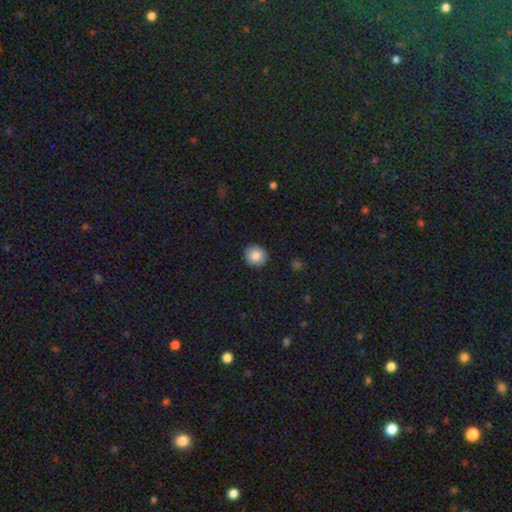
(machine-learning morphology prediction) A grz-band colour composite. It shows a smooth galaxy with no disk features (85%) that is round (87%). Merging: none (91%).